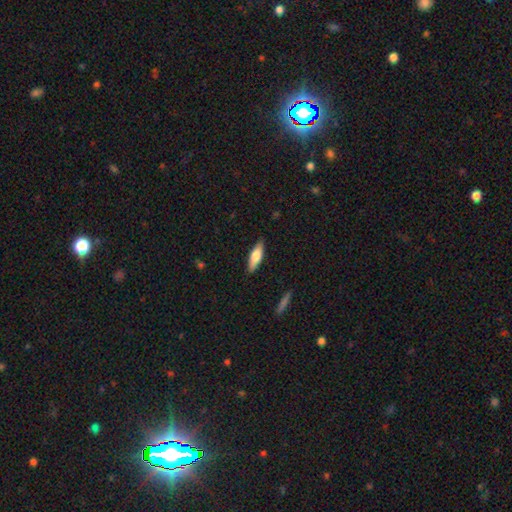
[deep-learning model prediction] Smooth or featured? Predicted: smooth (p=0.68). How rounded? Predicted: in between (p=0.53). Merging? Predicted: none (p=0.87).